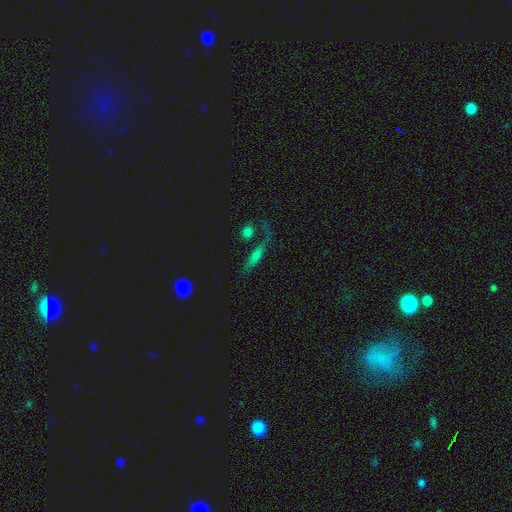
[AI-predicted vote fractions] smooth_or_featured: smooth (p=0.44) [alt: featured or disk p=0.39]
merging: none (p=0.53) [alt: minor disturbance p=0.16]